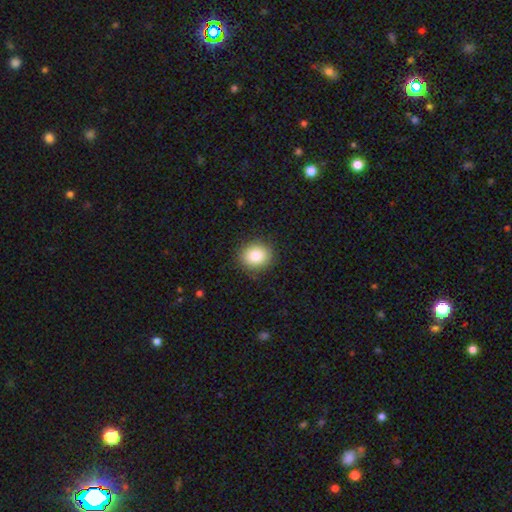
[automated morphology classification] type=smooth (85%); roundness=round (71%); merging=none (88%).